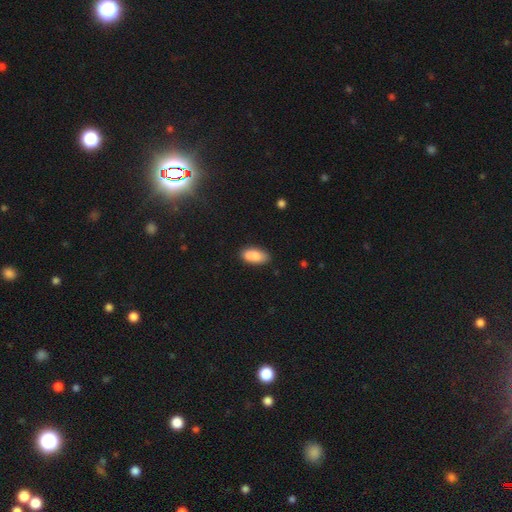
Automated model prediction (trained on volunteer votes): This is likely a smooth galaxy (78%). How rounded: clearly in between (88%). Merging: possibly none (55%).